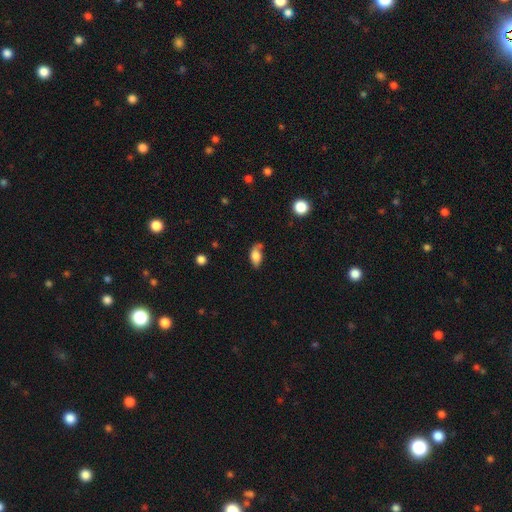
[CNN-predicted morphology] Smooth or featured? Predicted: smooth (p=0.75). How rounded? Predicted: in between (p=0.89). Merging? Predicted: none (p=0.54).